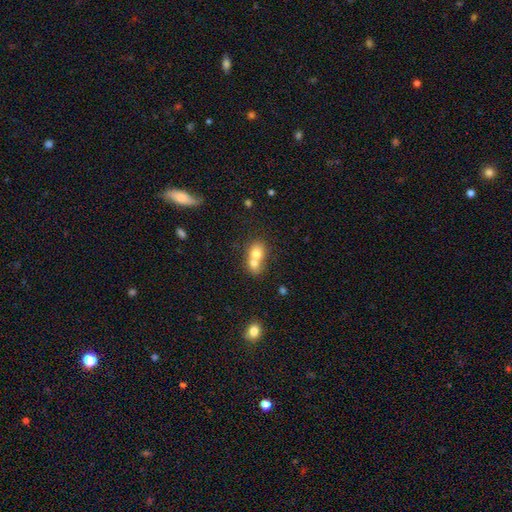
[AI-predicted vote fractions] Smooth or featured?
  - smooth: 71% *
  - featured or disk: 19%
  - star or artifact: 9%
How rounded?
  - round: 58% *
  - in between: 41%
  - cigar-shaped: 1%
Merging?
  - merger: 73% *
  - none: 19%
  - minor disturbance: 5%
  - major disturbance: 3%